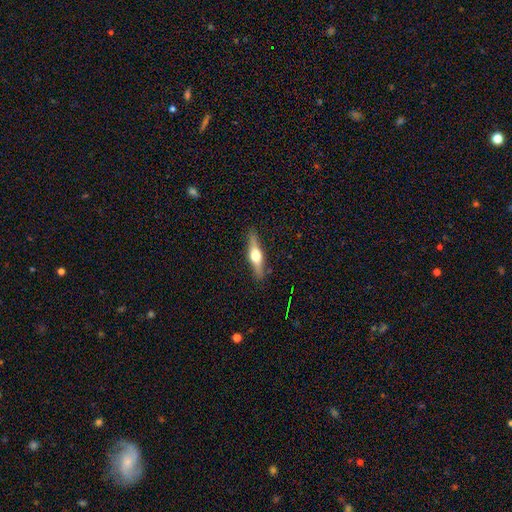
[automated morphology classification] Overall: featured or disk (61%; smooth 33%). Edge-on disk: yes (95%). Edge-on bulge: rounded (95%). Merging: none (86%).